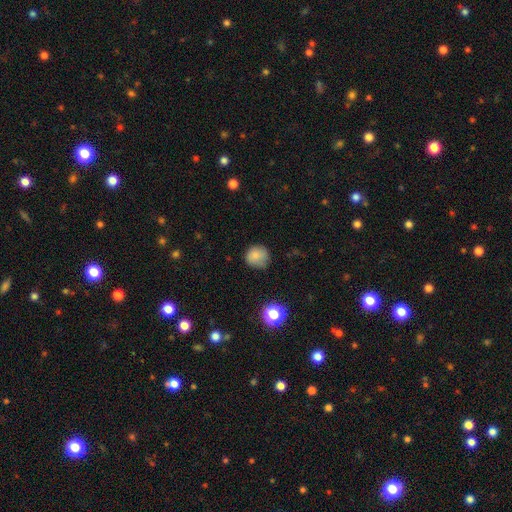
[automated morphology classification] This is clearly a smooth galaxy (80%). How rounded: clearly round (89%). Merging: likely none (70%).